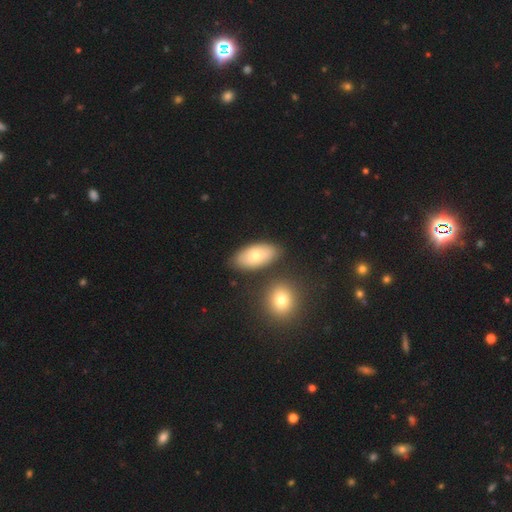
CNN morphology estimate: Smooth or featured? Predicted: smooth (p=0.70). How rounded? Predicted: in between (p=0.91). Merging? Predicted: none (p=0.76).